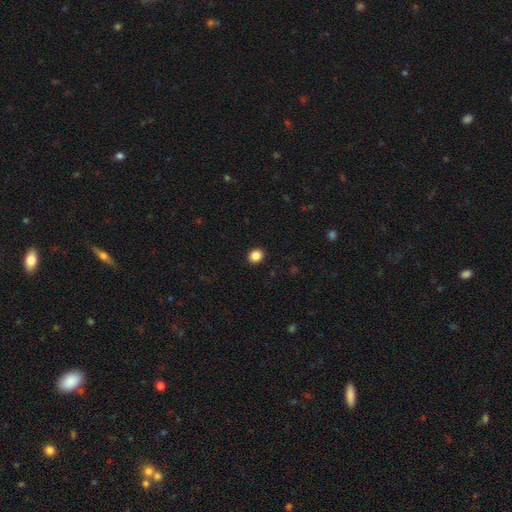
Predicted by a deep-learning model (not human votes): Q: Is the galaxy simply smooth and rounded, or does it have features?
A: smooth — 86%.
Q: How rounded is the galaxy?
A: round — 71%.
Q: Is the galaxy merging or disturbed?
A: none — 93%.